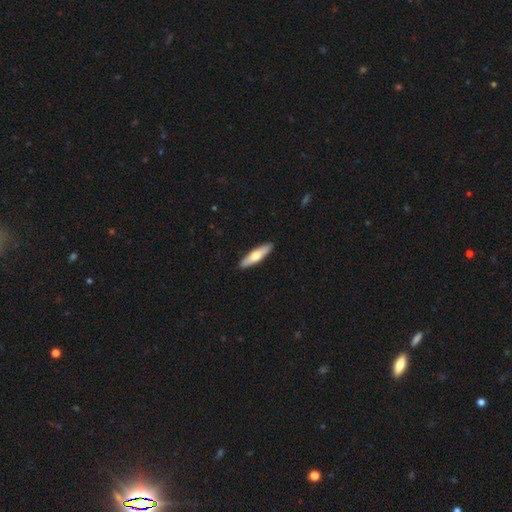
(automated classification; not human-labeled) This appears to be a smooth galaxy with no disk features (60%) that is cigar-shaped (74%). Merging: none (91%).